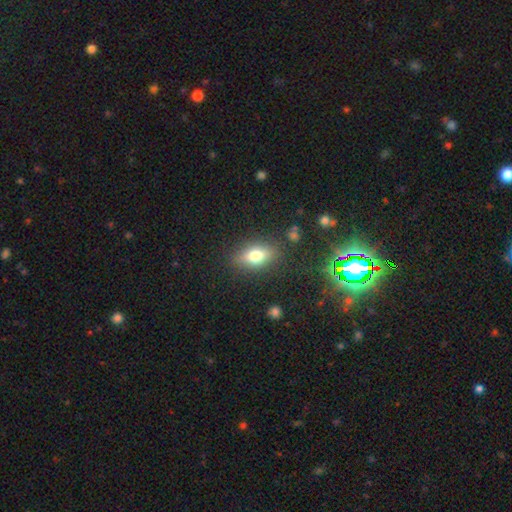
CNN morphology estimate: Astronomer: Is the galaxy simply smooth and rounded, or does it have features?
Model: smooth — 69%.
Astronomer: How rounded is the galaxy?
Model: in between — 79%.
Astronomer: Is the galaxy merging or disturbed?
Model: none — 83%.